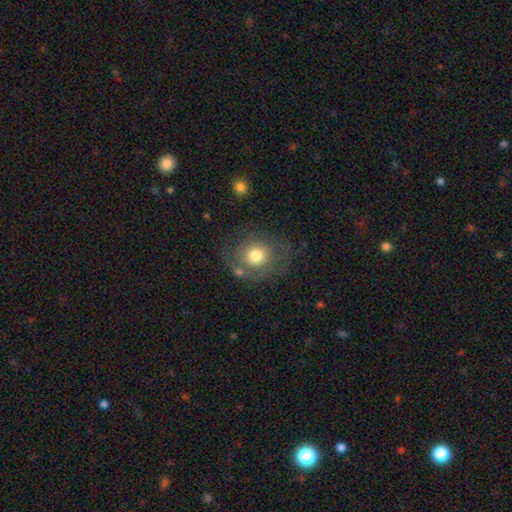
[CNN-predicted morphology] Q: Smooth or featured?
A: smooth (62%); runner-up: featured or disk (29%)
Q: How rounded?
A: round (77%); runner-up: in between (22%)
Q: Merging?
A: none (68%); runner-up: minor disturbance (17%)